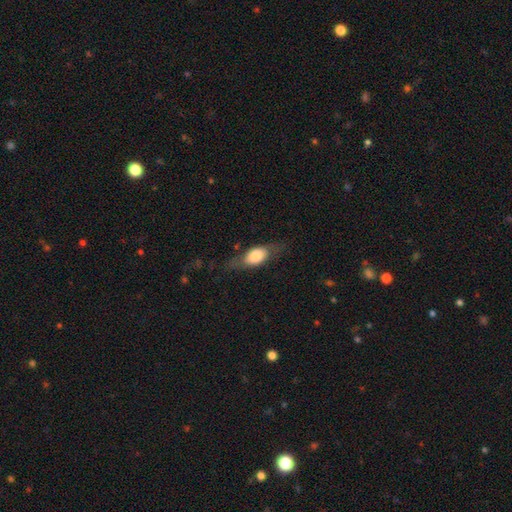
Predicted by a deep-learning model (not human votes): Smooth or featured? smooth (59%)
How rounded? in between (74%)
Merging? none (67%)